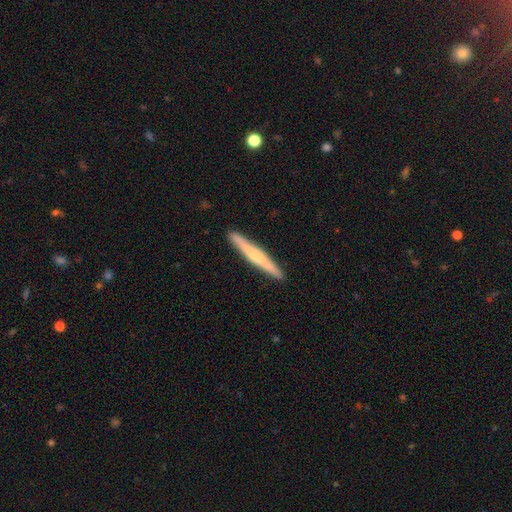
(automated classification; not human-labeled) This is possibly a featured or disk galaxy (51%). It is clearly viewed edge-on (97%). Merging: clearly none (92%).